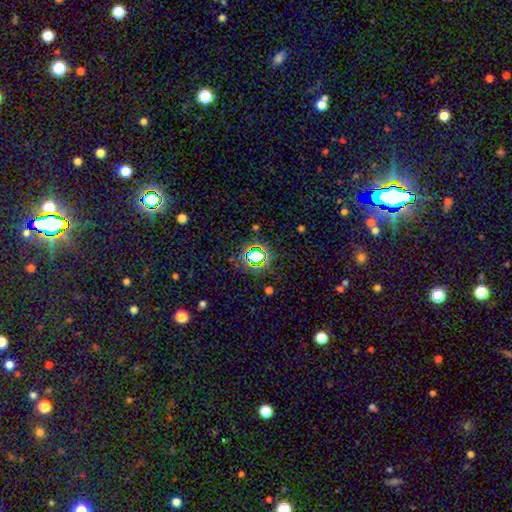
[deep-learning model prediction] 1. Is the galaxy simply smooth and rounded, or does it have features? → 65% star or artifact, 25% smooth, 10% featured or disk.